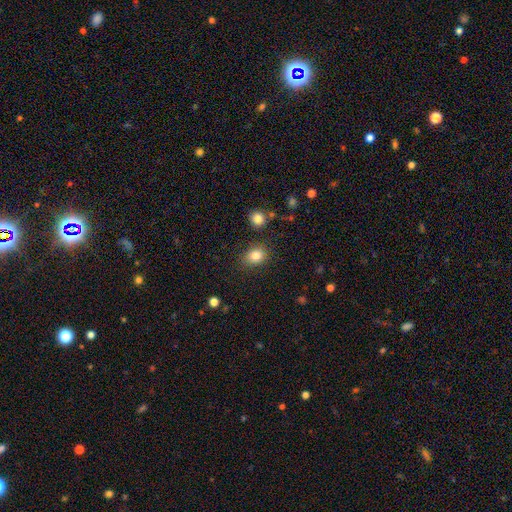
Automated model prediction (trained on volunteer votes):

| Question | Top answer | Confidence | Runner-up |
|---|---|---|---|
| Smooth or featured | smooth | 83% | star or artifact (11%) |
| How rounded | round | 54% | in between (45%) |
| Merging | none | 83% | minor disturbance (11%) |